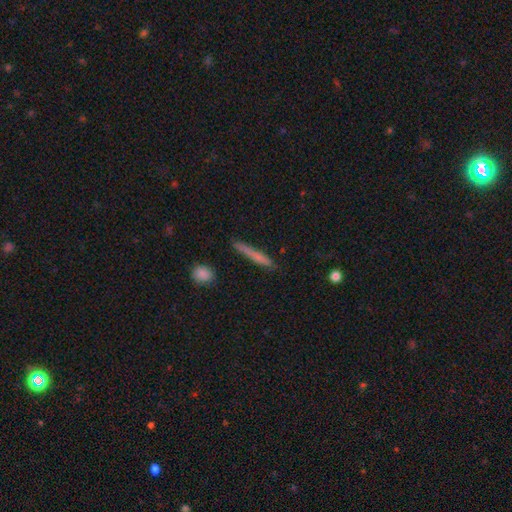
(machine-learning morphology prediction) This is likely a smooth galaxy (68%). How rounded: clearly cigar-shaped (95%). Merging: clearly none (83%).